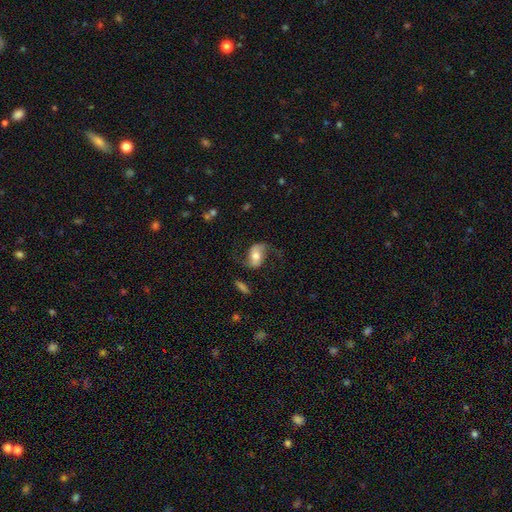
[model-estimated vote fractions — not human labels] A featured or disk galaxy (72%) with no bar (43%), 2 (92%) loose (72%) spiral arms (91%) and a moderate central bulge (66%).

Vote fractions:
- Smooth or featured? featured or disk: 72% / smooth: 21% / star or artifact: 7%
- Edge-on disk? no: 96% / yes: 4%
- Bar? no: 43% / weak: 34% / strong: 23%
- Spiral arms? yes: 91% / no: 9%
- Spiral winding? loose: 72% / medium: 23% / tight: 6%
- Spiral arm count? 2: 92% / can't tell: 3% / 1: 3% / 3: 1% / 4: 1% / more than 4: 1%
- Bulge size? moderate: 66% / small: 18% / large: 12% / dominant: 2% / none: 2%
- Merging? none: 69% / minor disturbance: 16% / major disturbance: 13% / merger: 2%